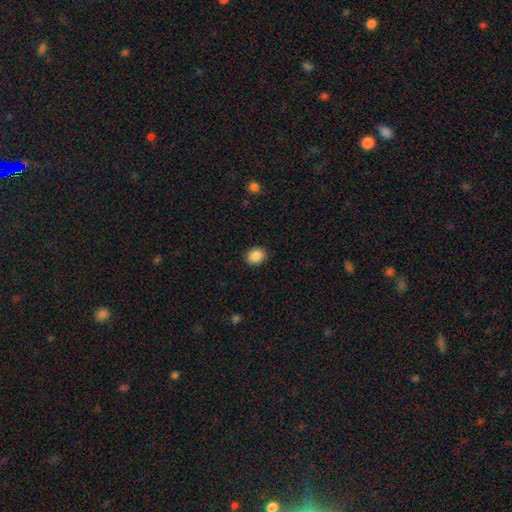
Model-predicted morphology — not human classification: A smooth galaxy with no disk features (88%) that is round (56%).

Vote fractions:
- Smooth or featured? smooth: 88% / star or artifact: 9% / featured or disk: 4%
- How rounded? round: 56% / in between: 43% / cigar-shaped: 1%
- Merging? none: 90% / minor disturbance: 7% / major disturbance: 2% / merger: 1%